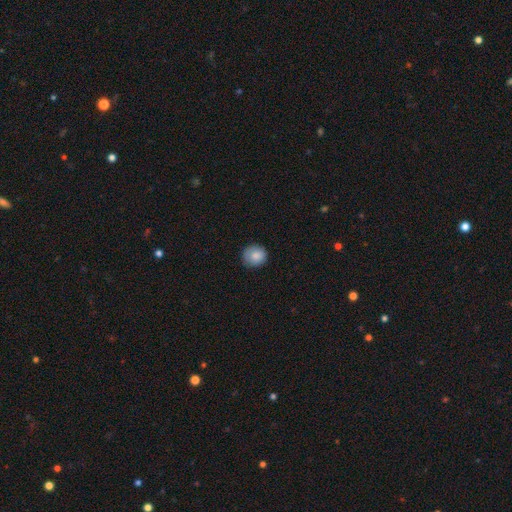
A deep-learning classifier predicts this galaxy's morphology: Smooth or featured? Predicted: smooth (p=0.85). How rounded? Predicted: round (p=0.87). Merging? Predicted: none (p=0.83).